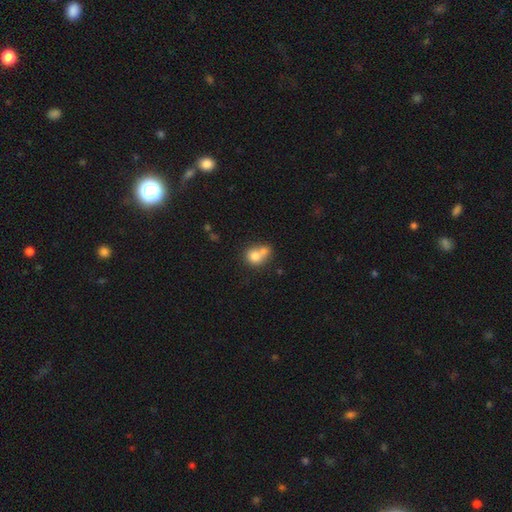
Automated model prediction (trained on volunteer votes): A smooth galaxy with no disk features (76%) that is round (70%). Merging: merger (55%).